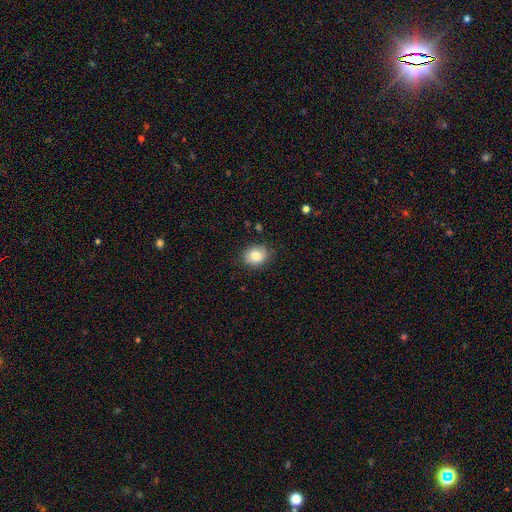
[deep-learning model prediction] The model was most divided on "how rounded": round: 59%, in between: 40%, cigar-shaped: 1%. More confident: merging — none (84%); smooth or featured — smooth (80%).